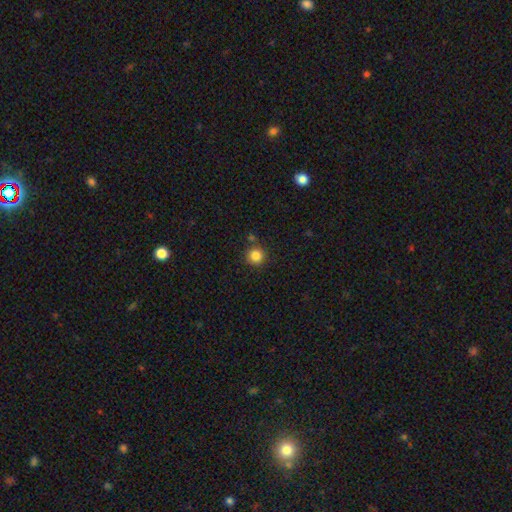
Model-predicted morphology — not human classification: type=smooth (84%); roundness=round (95%); merging=none (83%).